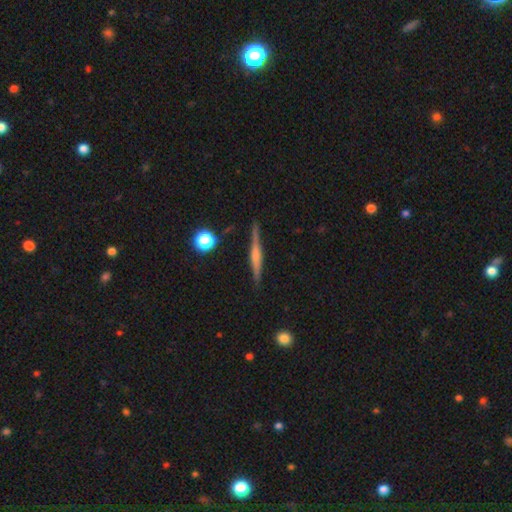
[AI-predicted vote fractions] A featured or disk galaxy (65%) viewed edge-on (97%) with a rounded central bulge (55%).

Vote fractions:
- Smooth or featured? featured or disk: 65% / smooth: 27% / star or artifact: 8%
- Edge-on disk? yes: 97% / no: 3%
- Edge-on bulge? rounded: 55% / boxy: 25% / none: 21%
- Merging? none: 88% / minor disturbance: 9% / major disturbance: 2% / merger: 2%